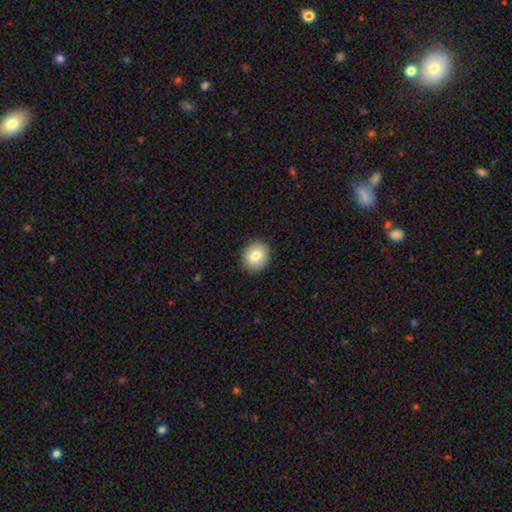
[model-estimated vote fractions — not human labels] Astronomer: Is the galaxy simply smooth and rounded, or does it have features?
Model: smooth — 82%.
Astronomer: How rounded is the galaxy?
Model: round — 72%.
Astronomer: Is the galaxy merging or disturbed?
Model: none — 91%.